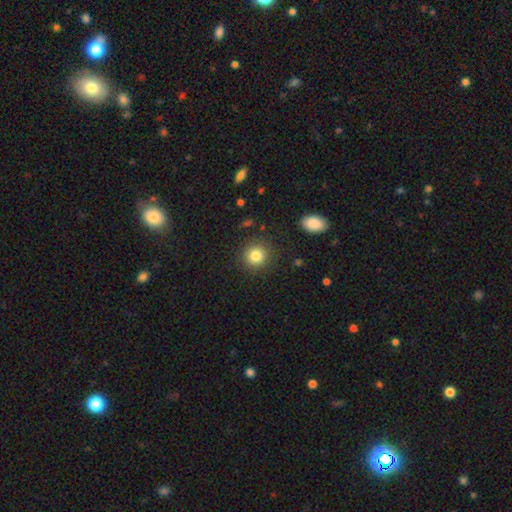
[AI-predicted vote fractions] This appears to be a smooth galaxy with no disk features (83%) that is round (90%). Merging: none (88%).